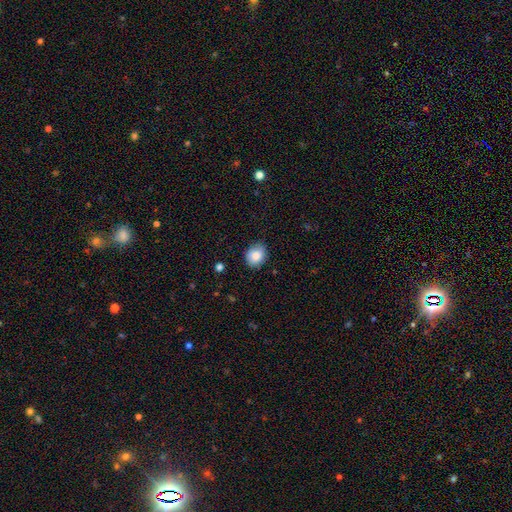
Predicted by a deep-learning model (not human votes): Overall: smooth (84%). How rounded: round (59%; in between 40%). Merging: none (81%).